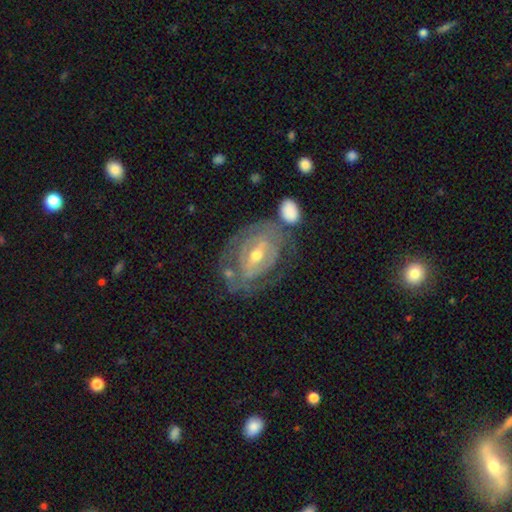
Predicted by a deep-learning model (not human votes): Smooth or featured?
  - featured or disk: 77% *
  - smooth: 17%
  - star or artifact: 6%
Edge-on disk?
  - no: 95% *
  - yes: 5%
Bar?
  - weak: 42% *
  - strong: 30%
  - no: 27%
Spiral arms?
  - yes: 68% *
  - no: 32%
Bulge size?
  - moderate: 57% *
  - small: 39%
  - large: 3%
  - none: 1%
  - dominant: 1%
Merging?
  - none: 52% *
  - minor disturbance: 21%
  - major disturbance: 16%
  - merger: 11%